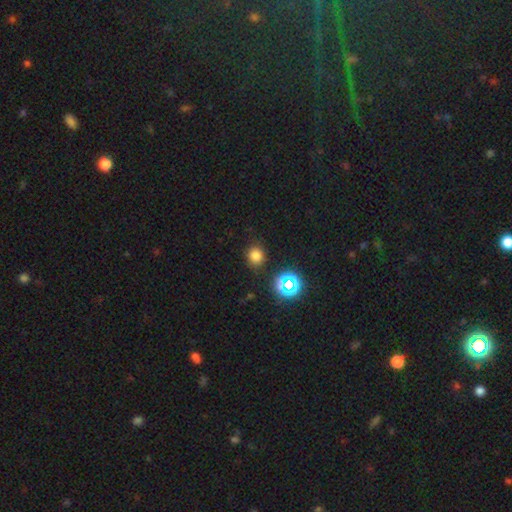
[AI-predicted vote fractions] smooth 75%, star or artifact 20%, featured or disk 5%. Down the decision tree: how rounded — round (85%); merging — none (86%).